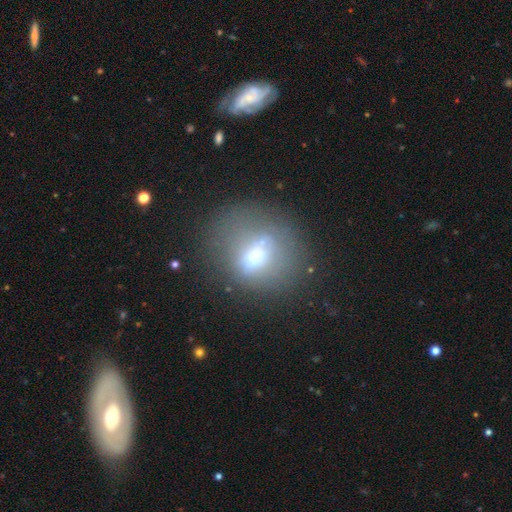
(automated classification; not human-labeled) Smooth or featured: smooth — 50% (featured or disk — 32%)
Merging: none — 52% (minor disturbance — 19%)